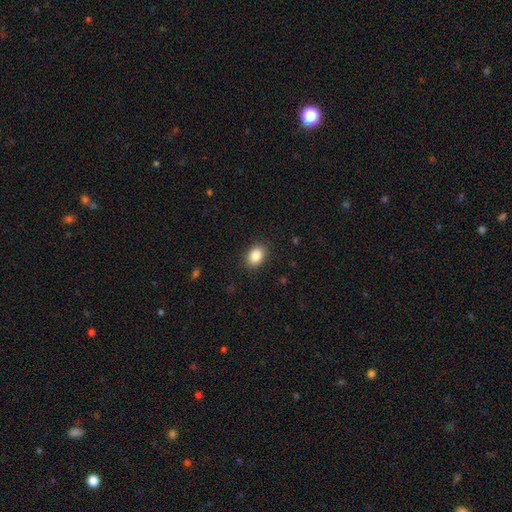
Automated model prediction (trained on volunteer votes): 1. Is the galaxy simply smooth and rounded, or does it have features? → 87% smooth, 9% star or artifact, 5% featured or disk.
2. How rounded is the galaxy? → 70% in between, 29% round, 1% cigar-shaped.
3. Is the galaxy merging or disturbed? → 89% none, 8% minor disturbance, 2% major disturbance, 1% merger.